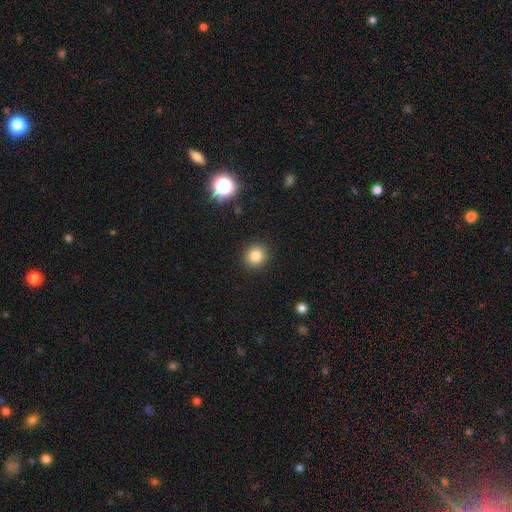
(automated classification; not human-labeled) smooth-or-featured: smooth: 82% | star or artifact: 12% | featured or disk: 6%
  how-rounded: round: 86% | in between: 13% | cigar-shaped: 1%
  merging: none: 91% | minor disturbance: 6% | major disturbance: 2% | merger: 1%